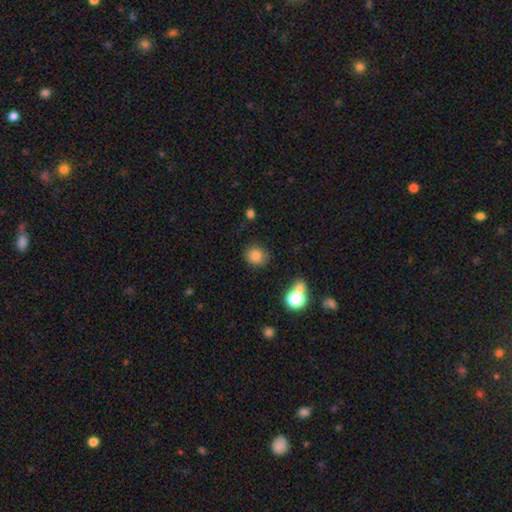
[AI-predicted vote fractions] This is clearly a smooth galaxy (81%). How rounded: likely round (76%). Merging: likely none (80%).